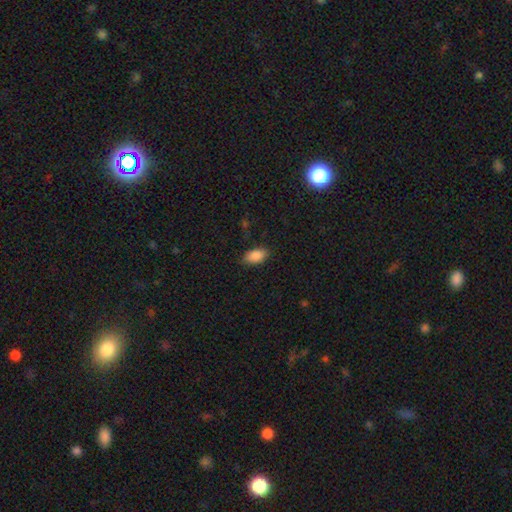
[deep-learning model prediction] smooth 88%, star or artifact 8%, featured or disk 4%. Down the decision tree: how rounded — in between (93%); merging — none (85%).